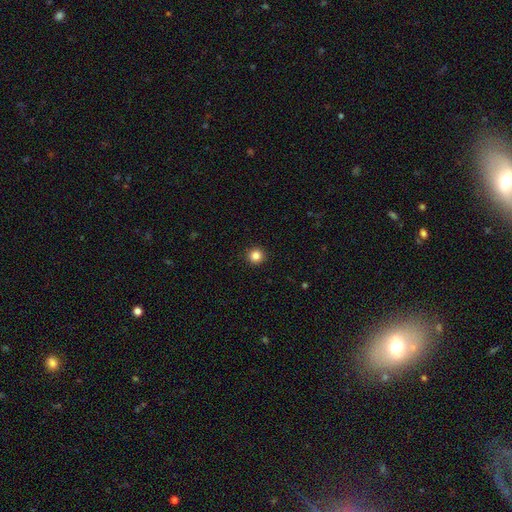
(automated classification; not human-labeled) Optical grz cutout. It shows a smooth galaxy with no disk features (84%) that is round (95%). Merging: none (93%).